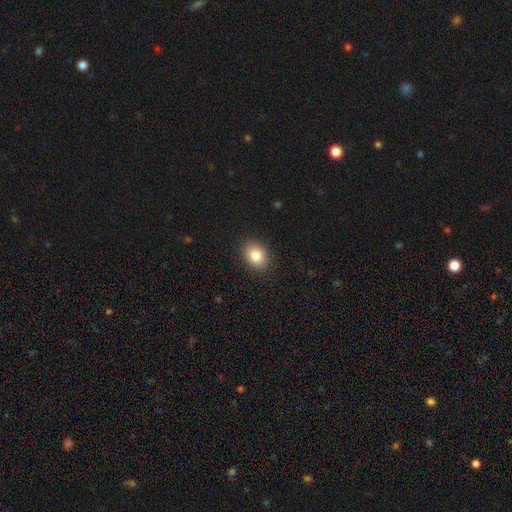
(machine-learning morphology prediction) A smooth galaxy with no disk features (82%) that is in between round and cigar-shaped (59%). Merging: none (89%).